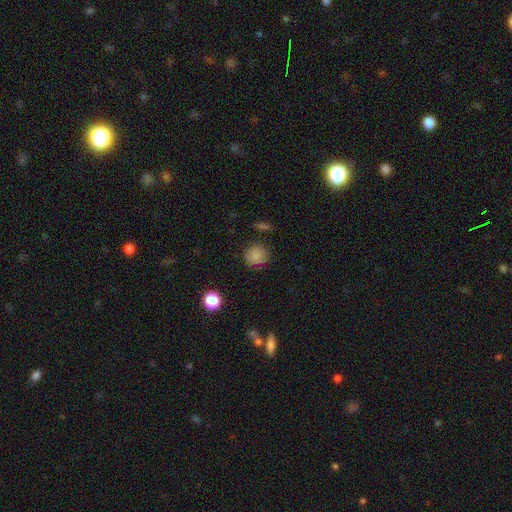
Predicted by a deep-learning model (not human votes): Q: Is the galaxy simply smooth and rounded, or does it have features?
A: smooth — 82%.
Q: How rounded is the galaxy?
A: round — 89%.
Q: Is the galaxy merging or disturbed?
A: none — 79%.